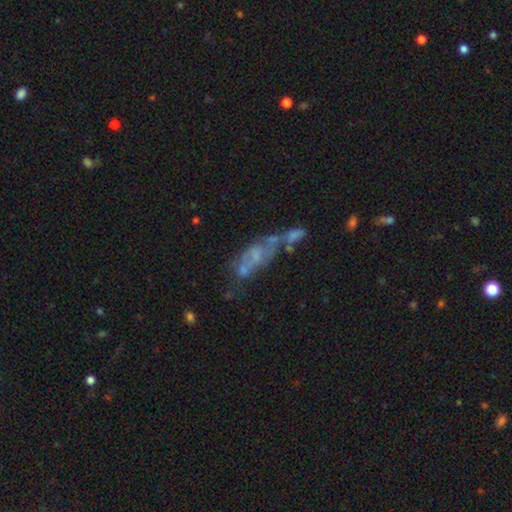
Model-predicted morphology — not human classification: smooth_or_featured: featured or disk (p=0.57) [alt: smooth p=0.29]
disk_edge_on: no (p=0.90) [alt: yes p=0.10]
bar: no (p=0.78) [alt: weak p=0.16]
has_spiral_arms: no (p=0.78) [alt: yes p=0.22]
bulge_size: none (p=0.52) [alt: small p=0.26]
merging: merger (p=0.39) [alt: none p=0.24]